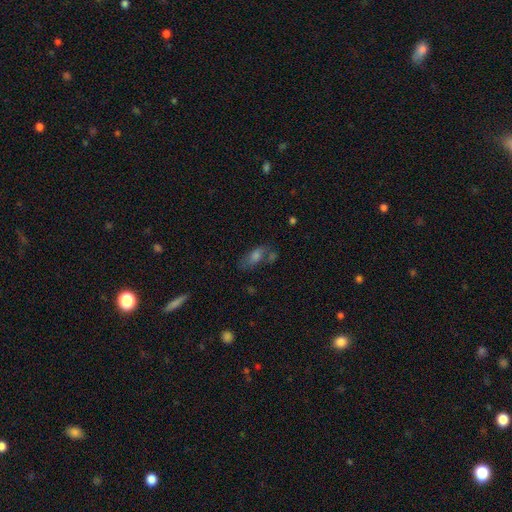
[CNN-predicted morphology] Overall: smooth (52%; featured or disk 30%). How rounded: in between (76%). Merging: none (54%; minor disturbance 19%).